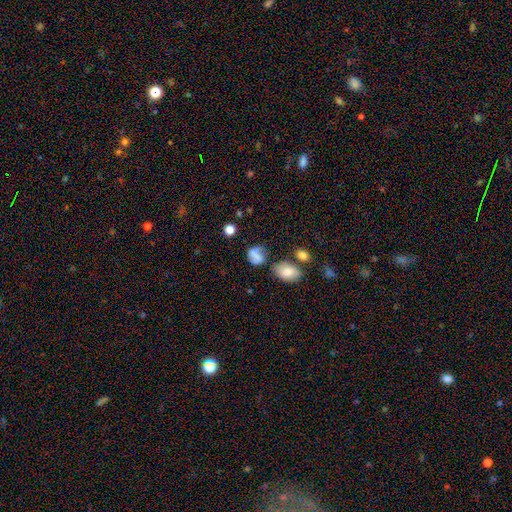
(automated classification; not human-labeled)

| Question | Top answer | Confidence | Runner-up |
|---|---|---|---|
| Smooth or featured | smooth | 61% | featured or disk (27%) |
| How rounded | in between | 53% | round (45%) |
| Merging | none | 42% | minor disturbance (24%) |